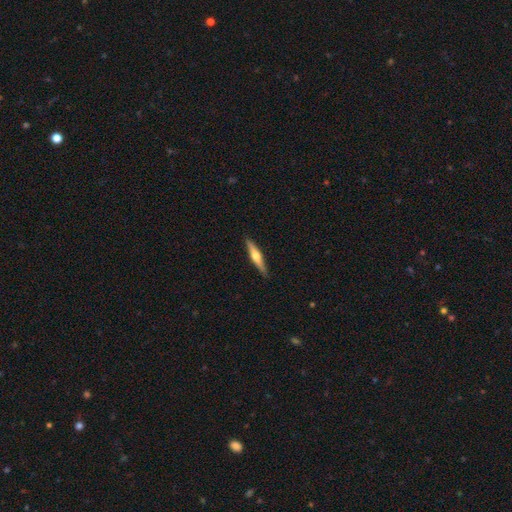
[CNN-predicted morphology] Q: Smooth or featured?
A: featured or disk (57%); runner-up: smooth (37%)
Q: Edge-on disk?
A: yes (96%); runner-up: no (4%)
Q: Edge-on bulge?
A: rounded (91%); runner-up: none (5%)
Q: Merging?
A: none (89%); runner-up: minor disturbance (8%)